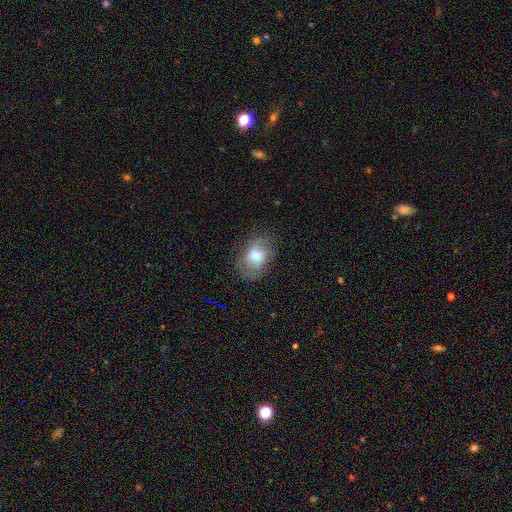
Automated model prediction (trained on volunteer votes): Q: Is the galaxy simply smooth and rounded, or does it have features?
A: smooth — 57%.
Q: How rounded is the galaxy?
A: in between — 76%.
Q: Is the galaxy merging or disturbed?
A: none — 69%.